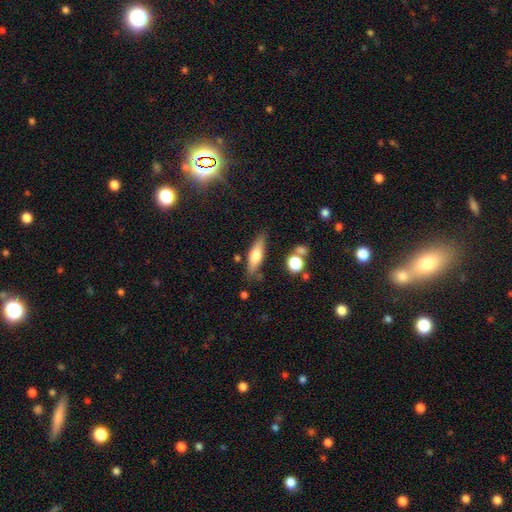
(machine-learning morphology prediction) This is possibly a smooth galaxy (55%). How rounded: possibly cigar-shaped (58%). Merging: likely none (78%).